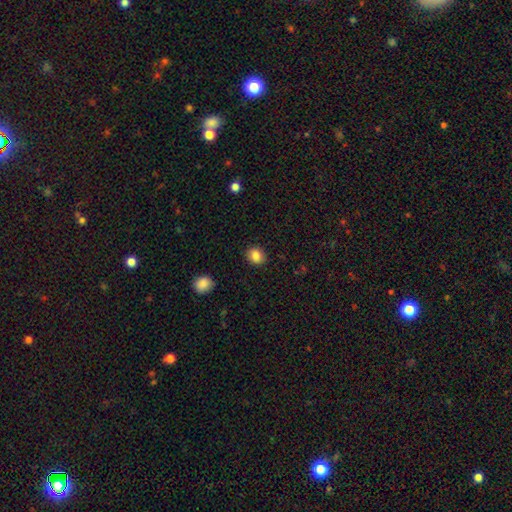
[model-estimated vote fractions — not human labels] Q: Smooth or featured?
A: smooth (85%); runner-up: star or artifact (10%)
Q: How rounded?
A: round (66%); runner-up: in between (34%)
Q: Merging?
A: none (89%); runner-up: minor disturbance (7%)